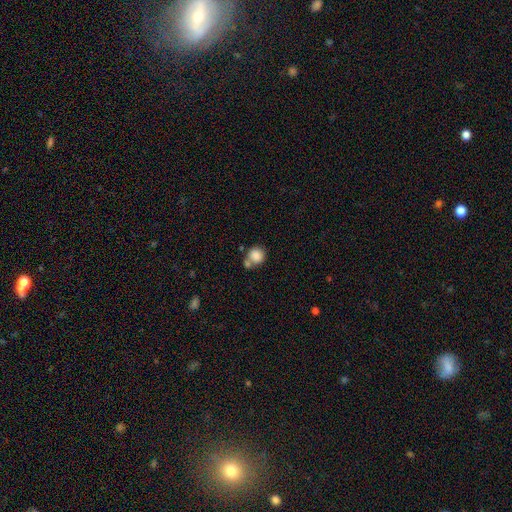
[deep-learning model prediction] A smooth galaxy with no disk features (85%) that is round (85%). Merging: none (48%).